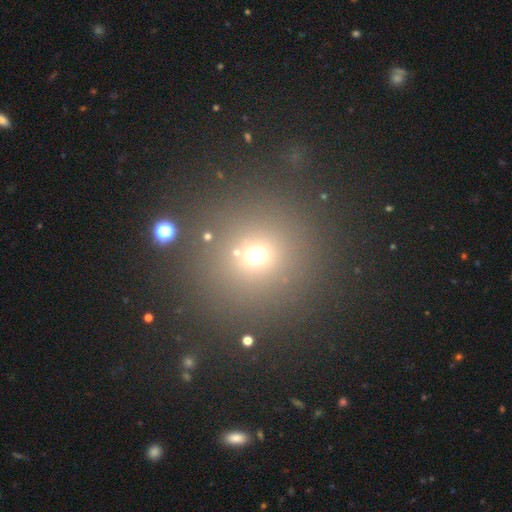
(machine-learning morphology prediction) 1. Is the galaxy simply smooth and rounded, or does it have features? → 64% smooth, 27% star or artifact, 9% featured or disk.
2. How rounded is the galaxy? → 91% round, 8% in between, 1% cigar-shaped.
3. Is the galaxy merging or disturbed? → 82% none, 8% minor disturbance, 6% merger, 4% major disturbance.